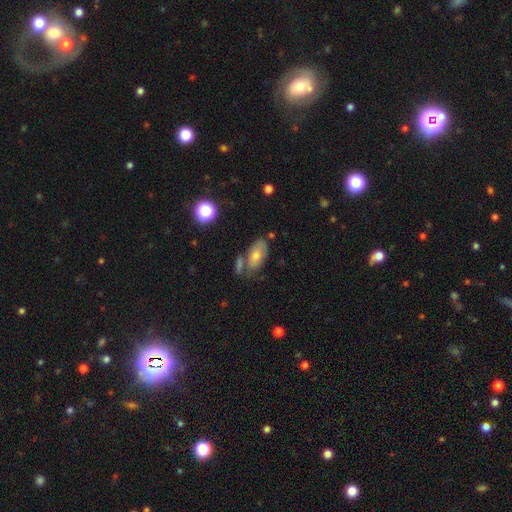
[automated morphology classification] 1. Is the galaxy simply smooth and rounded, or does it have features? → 60% smooth, 29% featured or disk, 11% star or artifact.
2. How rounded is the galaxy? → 87% in between, 7% cigar-shaped, 6% round.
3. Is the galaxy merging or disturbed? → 57% none, 18% merger, 18% minor disturbance, 7% major disturbance.